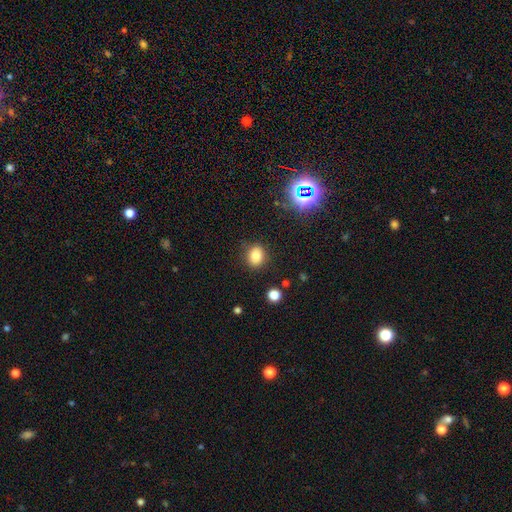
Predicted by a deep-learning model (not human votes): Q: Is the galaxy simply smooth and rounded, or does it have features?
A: smooth — 80%.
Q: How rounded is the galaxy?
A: round — 55%.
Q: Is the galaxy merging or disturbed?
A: none — 83%.